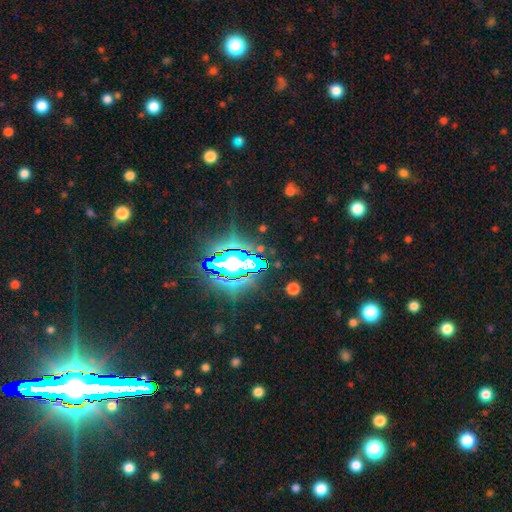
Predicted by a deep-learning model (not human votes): The model was most divided on "smooth or featured": star or artifact: 84%, smooth: 8%, featured or disk: 8%.